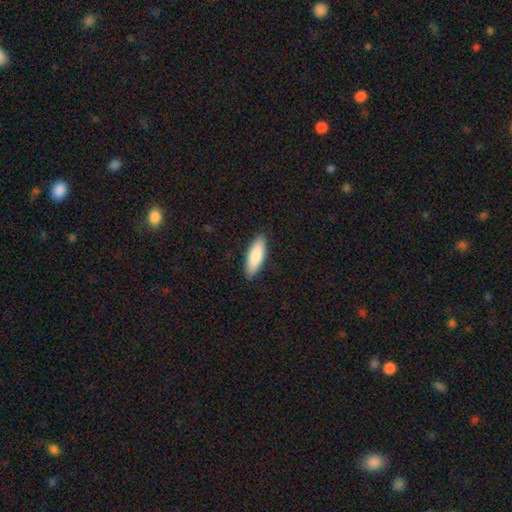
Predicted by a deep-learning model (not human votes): Smooth or featured? Predicted: smooth (p=0.85). How rounded? Predicted: in between (p=0.61). Merging? Predicted: none (p=0.88).